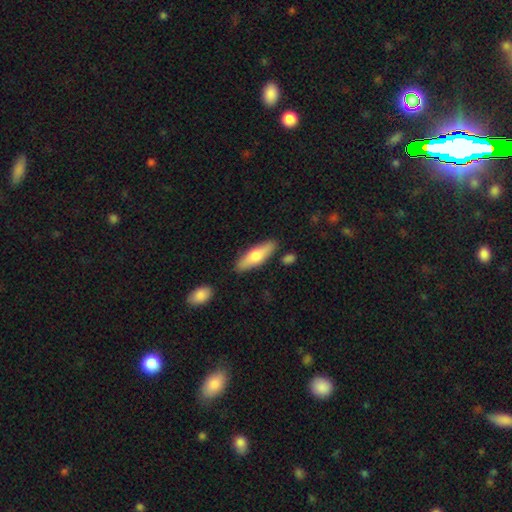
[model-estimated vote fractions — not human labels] Morphology: type=smooth (66%); roundness=cigar-shaped (51%); merging=none (85%).